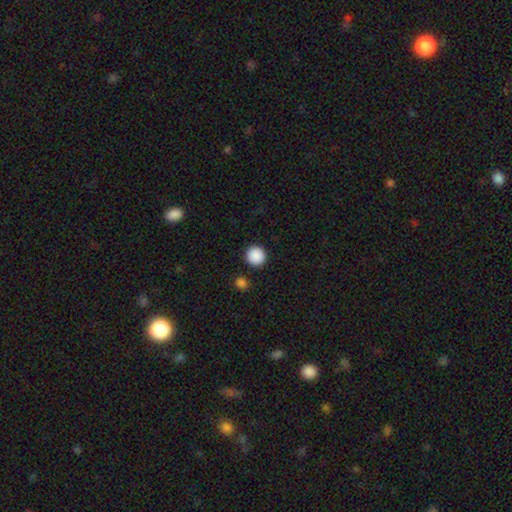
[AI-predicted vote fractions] This appears to be a smooth galaxy with no disk features (90%) that is round (95%). Merging: none (91%).